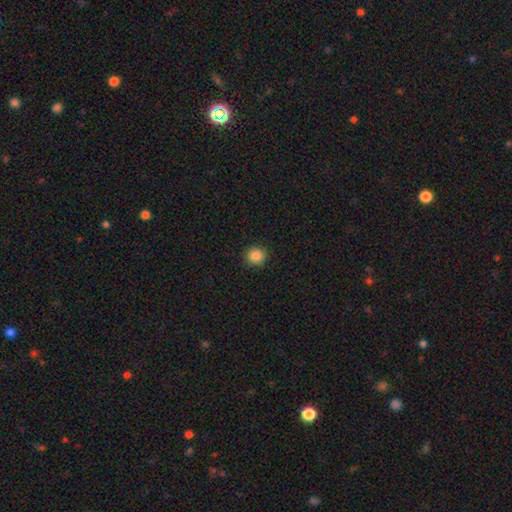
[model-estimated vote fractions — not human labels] Q: Smooth or featured?
A: smooth (86%); runner-up: star or artifact (10%)
Q: How rounded?
A: round (93%); runner-up: in between (6%)
Q: Merging?
A: none (92%); runner-up: minor disturbance (6%)